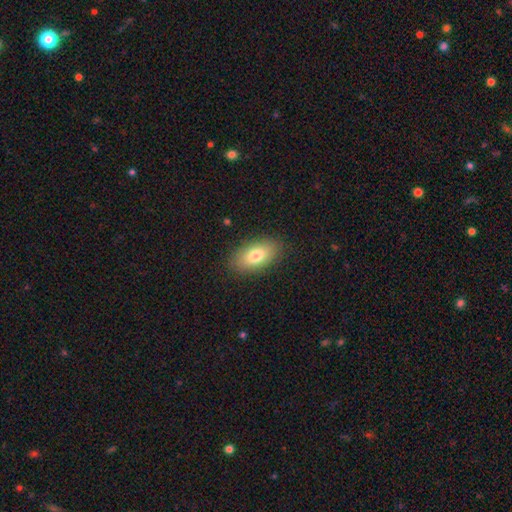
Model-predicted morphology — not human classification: A smooth galaxy with no disk features (78%) that is in between round and cigar-shaped (91%).

Vote fractions:
- Smooth or featured? smooth: 78% / featured or disk: 14% / star or artifact: 8%
- How rounded? in between: 91% / round: 5% / cigar-shaped: 4%
- Merging? none: 87% / minor disturbance: 9% / major disturbance: 3% / merger: 1%